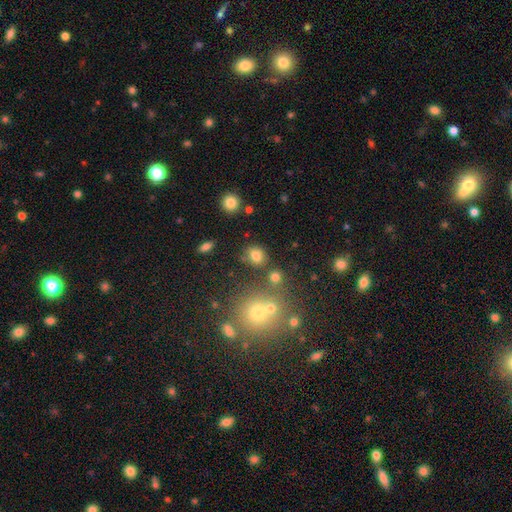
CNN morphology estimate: Smooth or featured: smooth — 76% (star or artifact — 15%)
How rounded: round — 58% (in between — 41%)
Merging: none — 75% (minor disturbance — 12%)